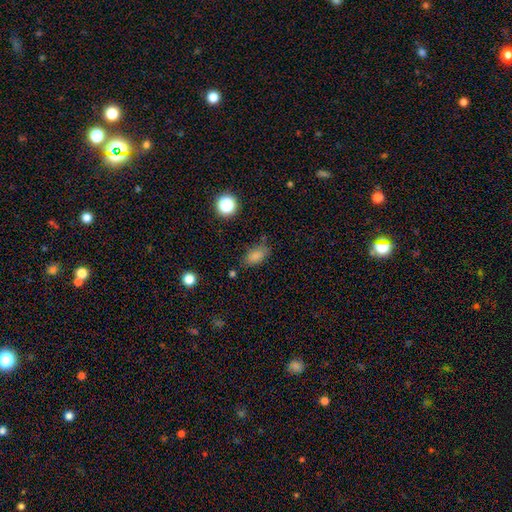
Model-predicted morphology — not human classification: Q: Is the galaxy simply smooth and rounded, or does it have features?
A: smooth — 82%.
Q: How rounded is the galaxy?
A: in between — 88%.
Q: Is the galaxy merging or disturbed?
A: none — 73%.